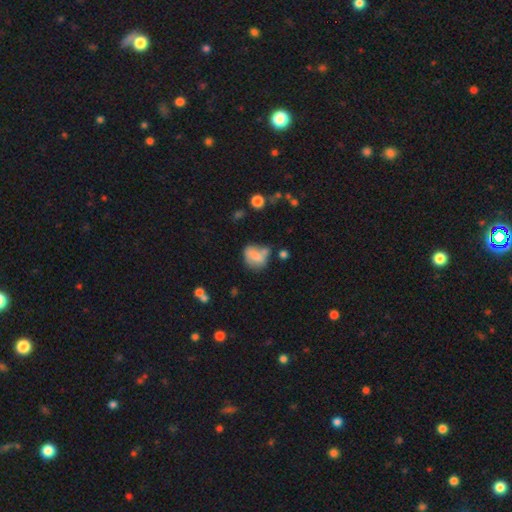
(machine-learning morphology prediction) A smooth galaxy with no disk features (70%) that is in between round and cigar-shaped (61%). Merging: none (40%).